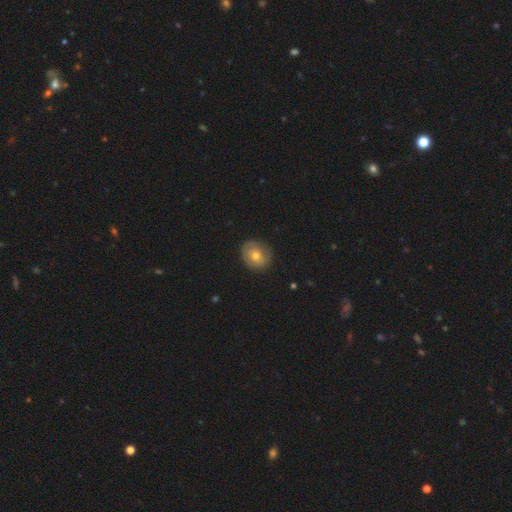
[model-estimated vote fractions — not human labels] smooth-or-featured: smooth: 60% | featured or disk: 33% | star or artifact: 8%
  how-rounded: round: 73% | in between: 26% | cigar-shaped: 1%
  merging: none: 80% | minor disturbance: 15% | major disturbance: 4% | merger: 1%